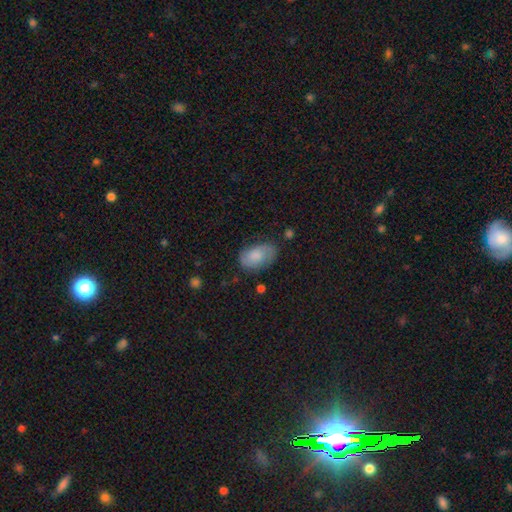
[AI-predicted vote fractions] Smooth or featured? smooth (69%)
How rounded? in between (91%)
Merging? none (66%)